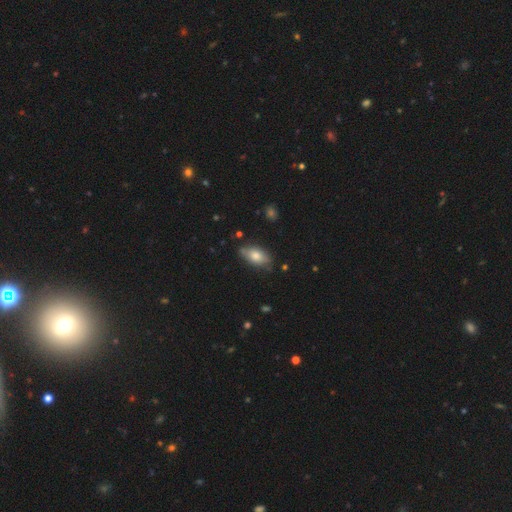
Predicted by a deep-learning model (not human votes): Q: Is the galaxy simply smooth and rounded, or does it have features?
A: smooth — 73%.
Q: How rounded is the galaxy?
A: in between — 88%.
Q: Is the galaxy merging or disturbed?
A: none — 75%.